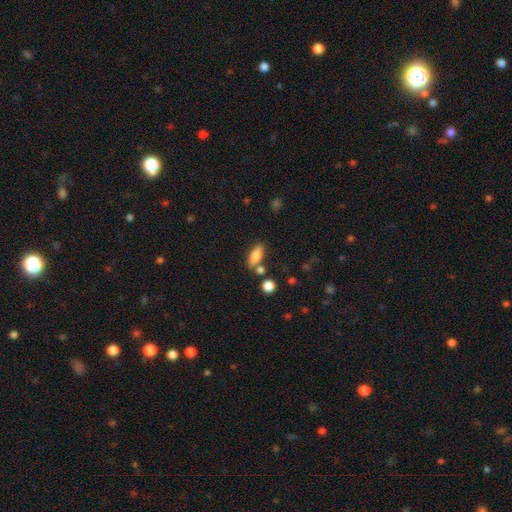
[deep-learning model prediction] A smooth galaxy with no disk features (79%) that is in between round and cigar-shaped (75%).

Vote fractions:
- Smooth or featured? smooth: 79% / featured or disk: 13% / star or artifact: 8%
- How rounded? in between: 75% / cigar-shaped: 21% / round: 4%
- Merging? none: 71% / minor disturbance: 13% / merger: 12% / major disturbance: 4%